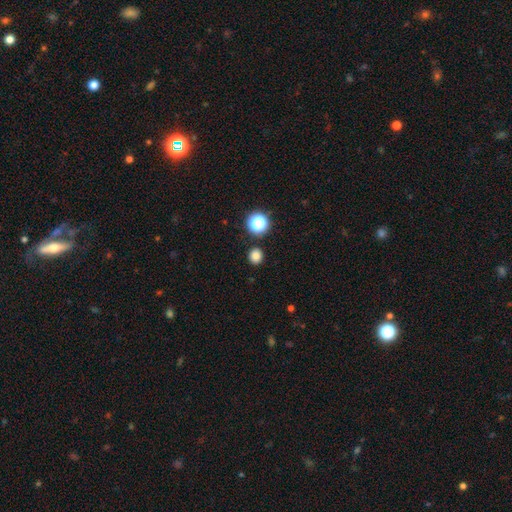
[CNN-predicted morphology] Smooth or featured?
  - smooth: 81% *
  - star or artifact: 15%
  - featured or disk: 4%
How rounded?
  - round: 84% *
  - in between: 15%
  - cigar-shaped: 1%
Merging?
  - none: 90% *
  - minor disturbance: 6%
  - merger: 3%
  - major disturbance: 2%